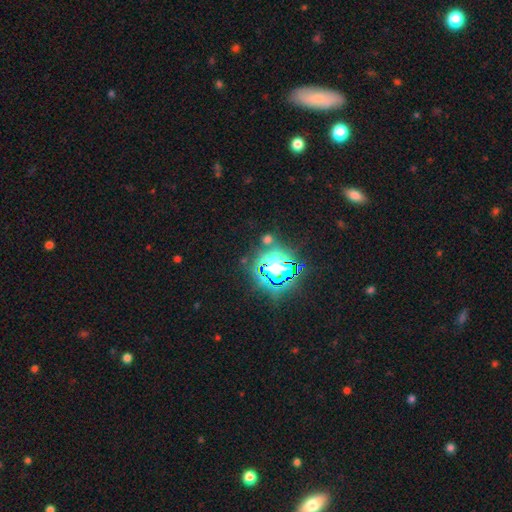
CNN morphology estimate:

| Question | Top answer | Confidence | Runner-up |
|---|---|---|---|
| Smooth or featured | star or artifact | 81% | smooth (12%) |